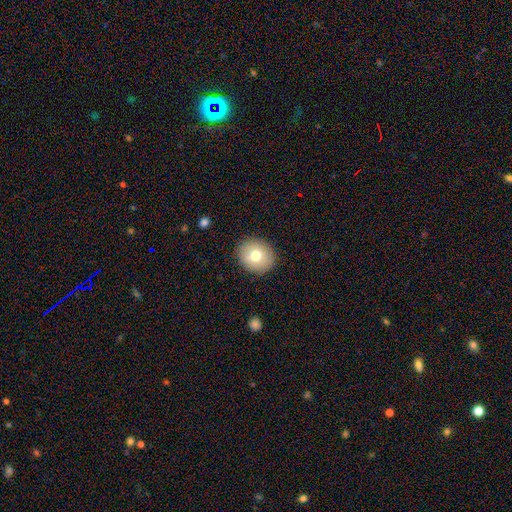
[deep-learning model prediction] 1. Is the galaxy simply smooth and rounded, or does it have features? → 74% smooth, 16% featured or disk, 9% star or artifact.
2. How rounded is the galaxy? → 80% round, 19% in between, 1% cigar-shaped.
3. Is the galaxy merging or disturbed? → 89% none, 7% minor disturbance, 2% major disturbance, 1% merger.